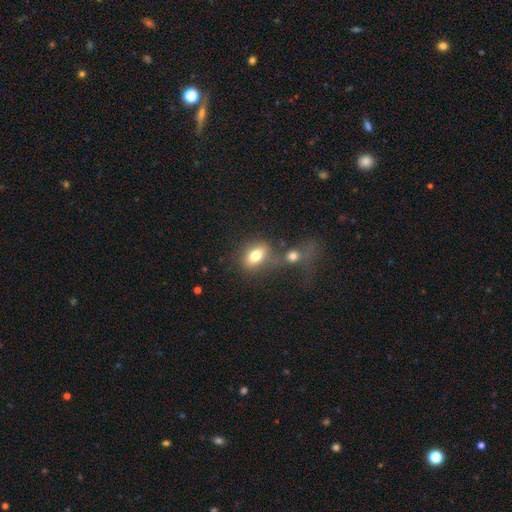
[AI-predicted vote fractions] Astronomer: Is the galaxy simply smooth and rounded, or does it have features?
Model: smooth — 76%.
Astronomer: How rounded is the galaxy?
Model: in between — 80%.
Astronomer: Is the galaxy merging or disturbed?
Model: none — 47% (runner-up: merger, 31%).